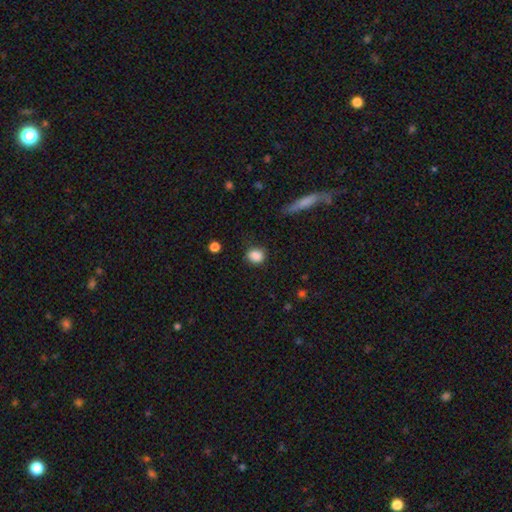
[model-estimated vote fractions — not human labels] This appears to be a smooth galaxy with no disk features (87%) that is round (65%). Merging: none (77%).